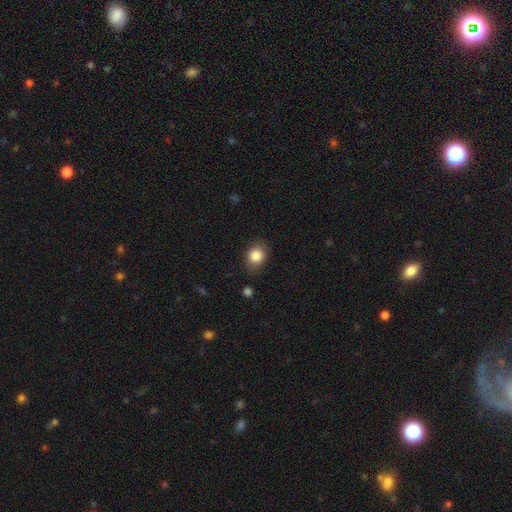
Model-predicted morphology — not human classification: Q: Smooth or featured?
A: smooth (84%); runner-up: star or artifact (9%)
Q: How rounded?
A: in between (52%); runner-up: round (47%)
Q: Merging?
A: none (80%); runner-up: minor disturbance (15%)